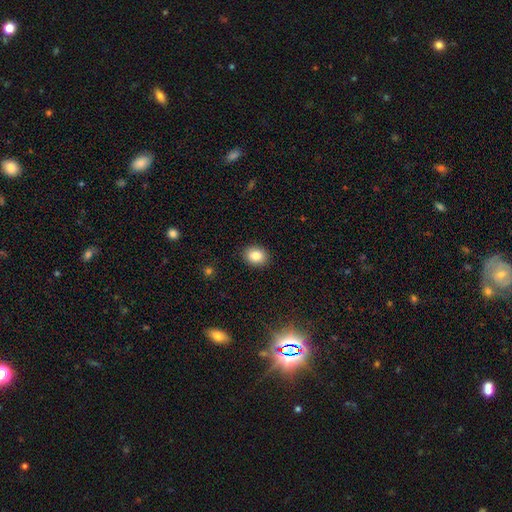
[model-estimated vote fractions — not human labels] smooth_or_featured: smooth (p=0.84) [alt: star or artifact p=0.10]
how_rounded: round (p=0.52) [alt: in between p=0.47]
merging: none (p=0.90) [alt: minor disturbance p=0.07]